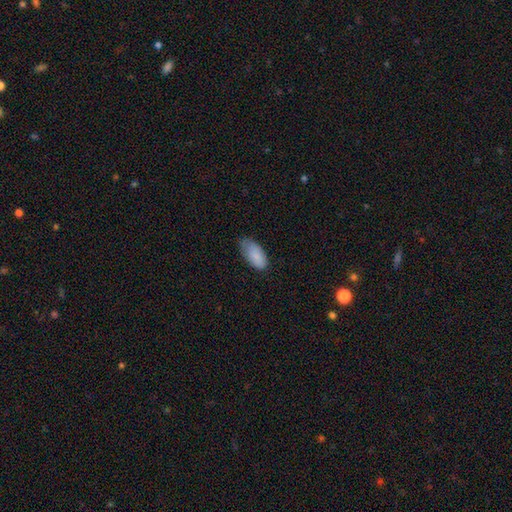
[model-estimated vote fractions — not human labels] This is clearly a smooth galaxy (87%). How rounded: clearly in between (94%). Merging: possibly none (57%).